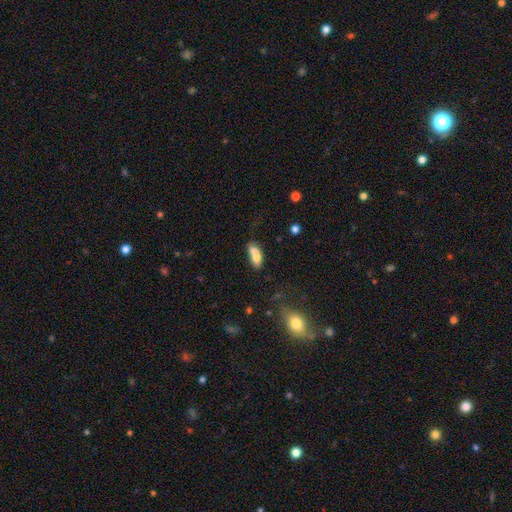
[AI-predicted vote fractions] smooth 73%, featured or disk 18%, star or artifact 9%. Down the decision tree: how rounded — in between (81%); merging — merger (37%).